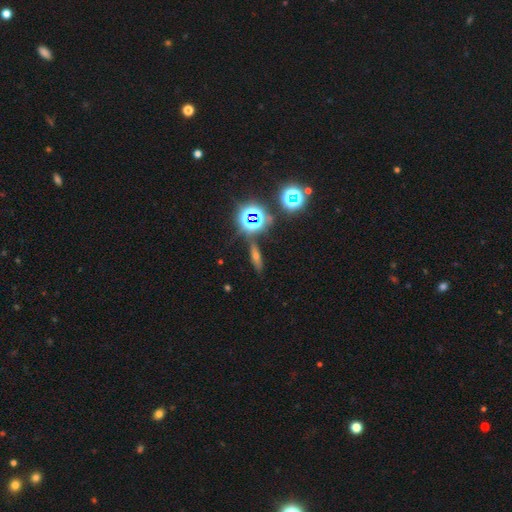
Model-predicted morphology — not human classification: Smooth or featured? Predicted: star or artifact (p=0.36).